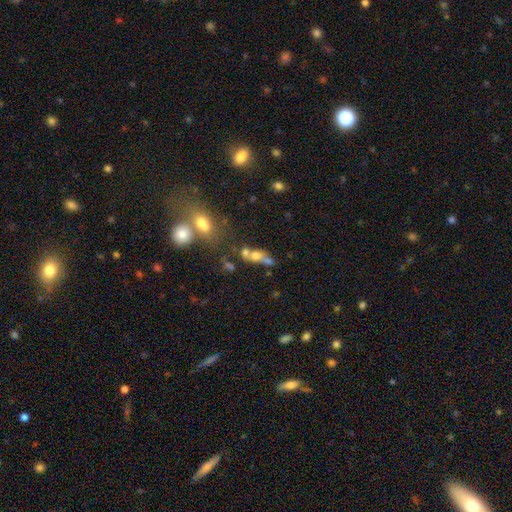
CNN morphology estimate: smooth 56%, featured or disk 29%, star or artifact 15%. Down the decision tree: how rounded — in between (54%); merging — merger (51%).